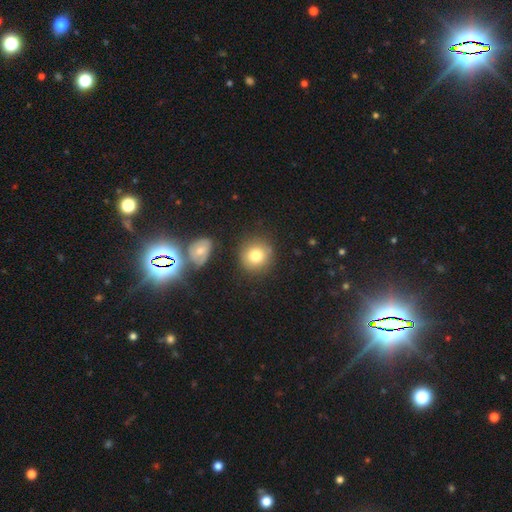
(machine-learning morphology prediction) Smooth or featured?
  - smooth: 81% *
  - star or artifact: 10%
  - featured or disk: 10%
How rounded?
  - round: 90% *
  - in between: 9%
  - cigar-shaped: 1%
Merging?
  - none: 80% *
  - minor disturbance: 10%
  - merger: 6%
  - major disturbance: 3%